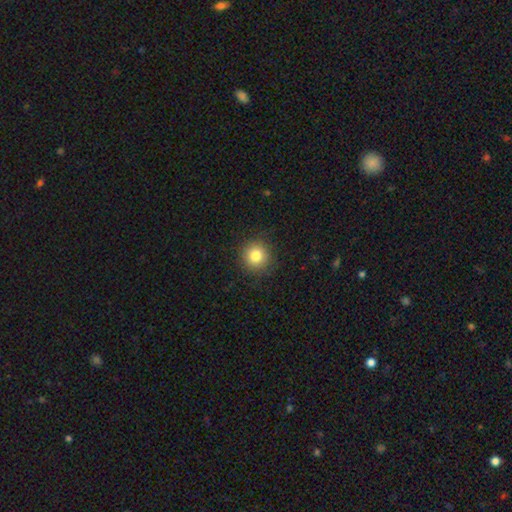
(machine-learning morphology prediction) This appears to be a smooth galaxy with no disk features (82%) that is round (94%). Merging: none (90%).